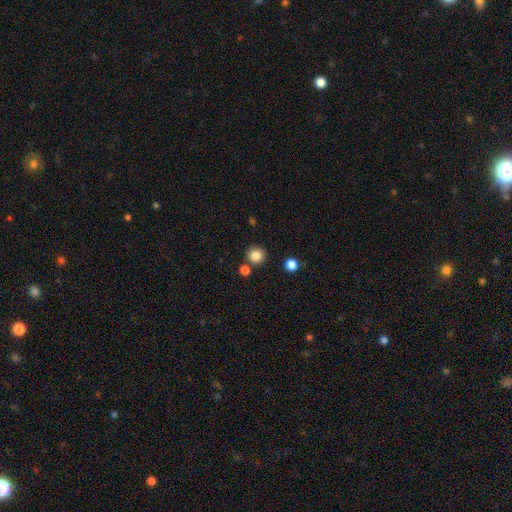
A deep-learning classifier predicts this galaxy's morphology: smooth 84%, star or artifact 11%, featured or disk 5%. Down the decision tree: how rounded — round (93%); merging — none (81%).